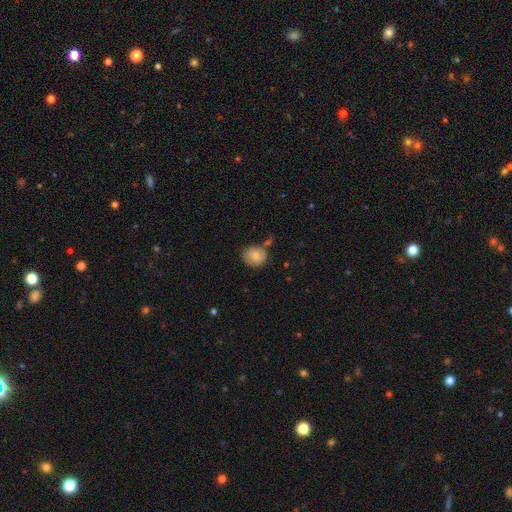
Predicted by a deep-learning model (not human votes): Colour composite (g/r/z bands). It shows a smooth galaxy with no disk features (77%) that is round (73%). Merging: none (64%).